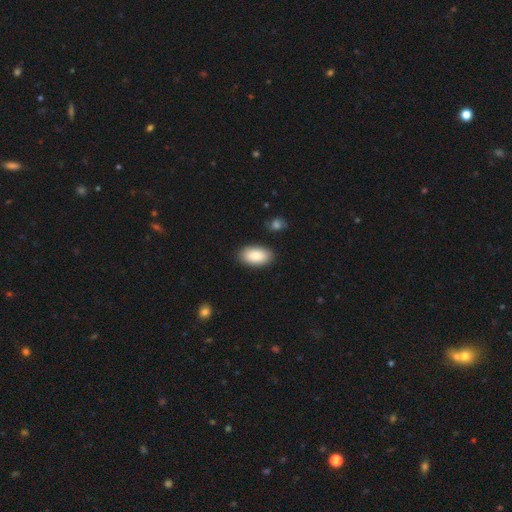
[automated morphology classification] The model was most divided on "merging": none: 87%, minor disturbance: 9%, major disturbance: 2%, merger: 2%. More confident: how rounded — in between (95%); smooth or featured — smooth (88%).